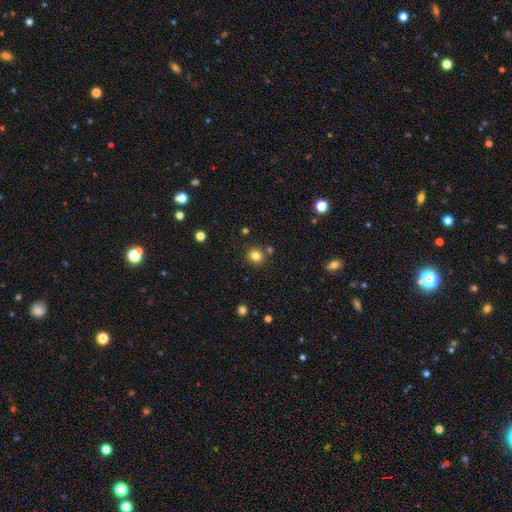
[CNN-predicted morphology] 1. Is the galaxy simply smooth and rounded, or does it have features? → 81% smooth, 13% star or artifact, 6% featured or disk.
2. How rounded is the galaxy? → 86% round, 13% in between, 1% cigar-shaped.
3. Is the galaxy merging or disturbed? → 82% none, 8% minor disturbance, 7% merger, 3% major disturbance.